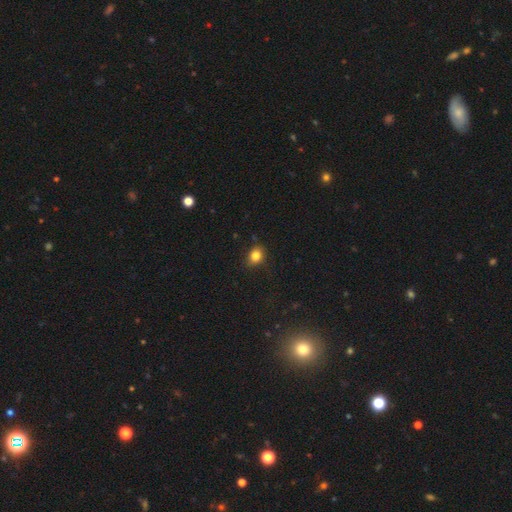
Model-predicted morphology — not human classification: A smooth galaxy with no disk features (83%) that is round (52%).

Vote fractions:
- Smooth or featured? smooth: 83% / star or artifact: 11% / featured or disk: 6%
- How rounded? round: 52% / in between: 47% / cigar-shaped: 1%
- Merging? none: 81% / minor disturbance: 15% / major disturbance: 3% / merger: 1%